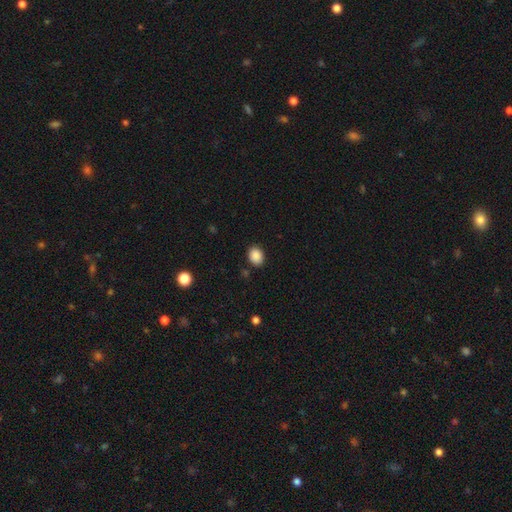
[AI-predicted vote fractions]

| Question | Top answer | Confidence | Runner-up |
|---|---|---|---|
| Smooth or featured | smooth | 89% | star or artifact (9%) |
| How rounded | in between | 56% | round (43%) |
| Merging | none | 87% | minor disturbance (9%) |